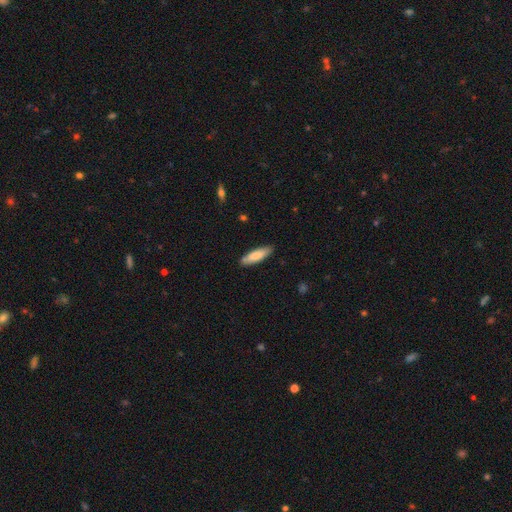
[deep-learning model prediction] smooth_or_featured: smooth (p=0.80) [alt: featured or disk p=0.14]
how_rounded: cigar-shaped (p=0.57) [alt: in between p=0.41]
merging: none (p=0.83) [alt: minor disturbance p=0.14]